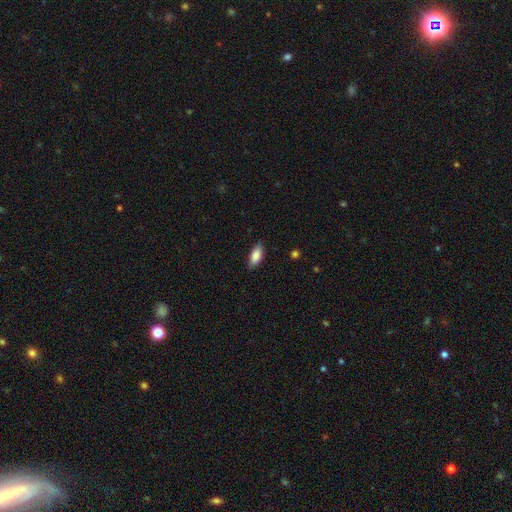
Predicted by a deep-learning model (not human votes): Overall: smooth (85%). How rounded: in between (87%). Merging: none (86%).